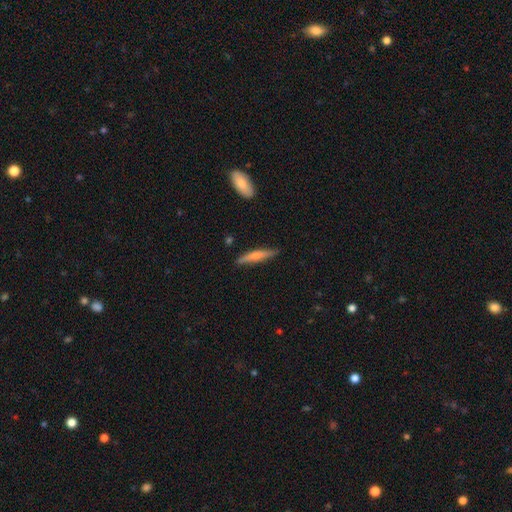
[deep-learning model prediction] smooth-or-featured: smooth: 54% | featured or disk: 40% | star or artifact: 6%
  how-rounded: cigar-shaped: 90% | in between: 9% | round: 2%
  merging: none: 85% | minor disturbance: 11% | major disturbance: 2% | merger: 2%